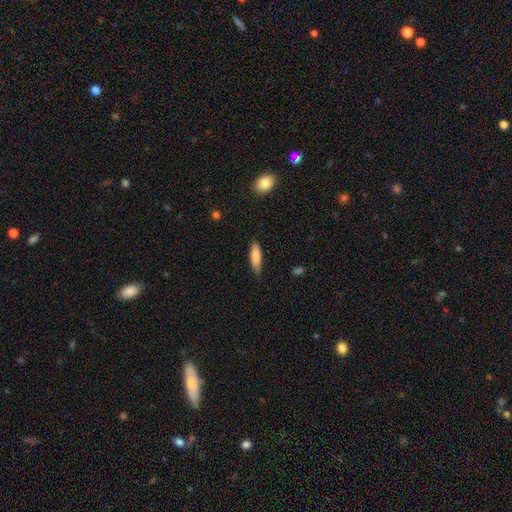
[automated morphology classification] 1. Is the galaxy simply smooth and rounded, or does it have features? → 84% smooth, 9% featured or disk, 6% star or artifact.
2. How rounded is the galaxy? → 54% cigar-shaped, 44% in between, 2% round.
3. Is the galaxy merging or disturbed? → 78% none, 17% minor disturbance, 3% major disturbance, 1% merger.